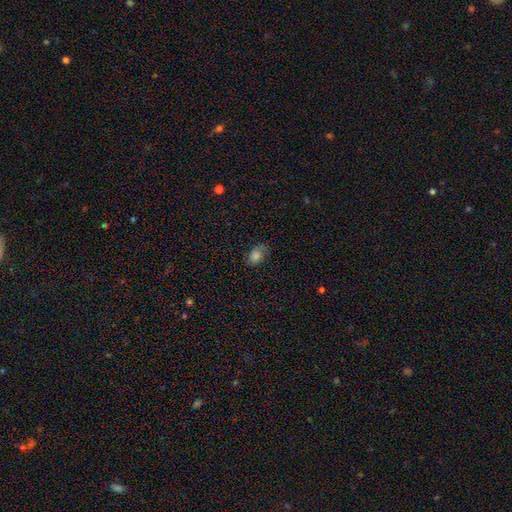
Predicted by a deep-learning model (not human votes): Morphology: type=smooth (70%); roundness=in between (75%); merging=none (67%).